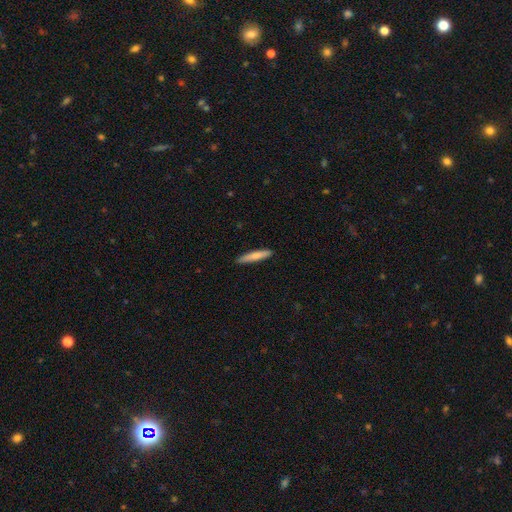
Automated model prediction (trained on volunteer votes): A smooth galaxy with no disk features (75%) that is cigar-shaped (91%). Merging: none (89%).